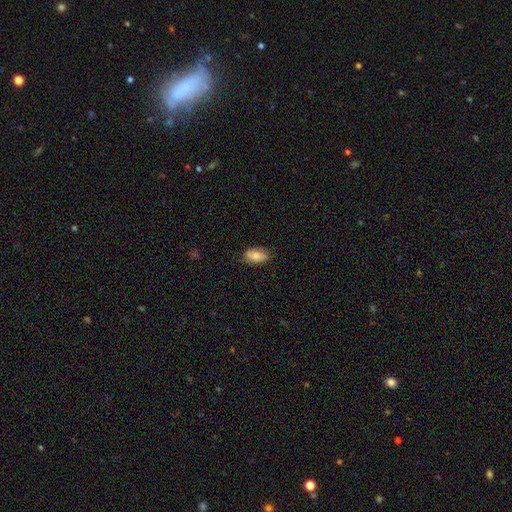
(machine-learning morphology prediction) Q: Smooth or featured?
A: smooth (78%); runner-up: featured or disk (15%)
Q: How rounded?
A: in between (92%); runner-up: round (5%)
Q: Merging?
A: none (76%); runner-up: minor disturbance (19%)